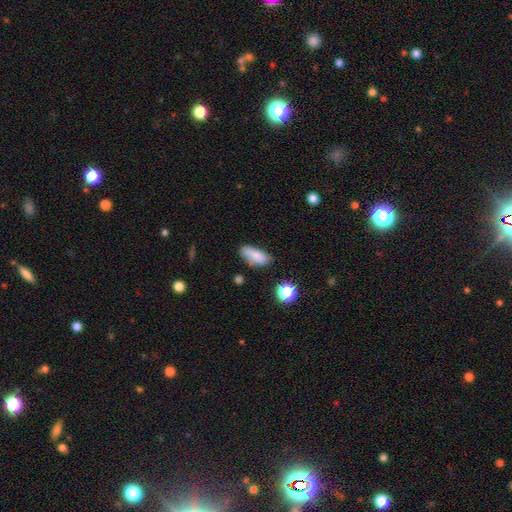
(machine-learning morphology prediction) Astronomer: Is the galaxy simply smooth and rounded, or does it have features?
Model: smooth — 82%.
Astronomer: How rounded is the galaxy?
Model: in between — 81%.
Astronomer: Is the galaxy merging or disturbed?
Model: none — 64%.